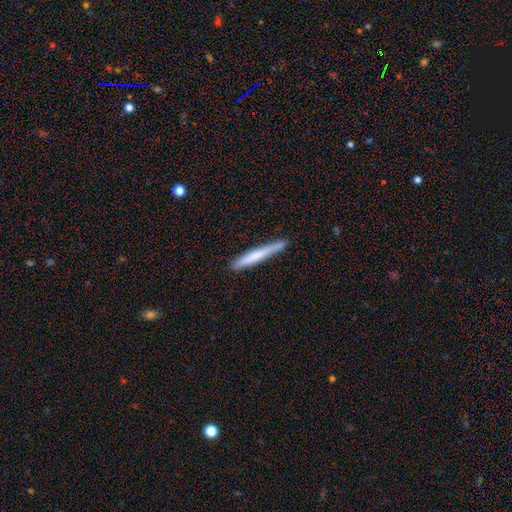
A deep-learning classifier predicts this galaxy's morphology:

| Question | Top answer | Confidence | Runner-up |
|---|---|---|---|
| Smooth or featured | smooth | 65% | featured or disk (29%) |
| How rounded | cigar-shaped | 96% | in between (2%) |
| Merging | none | 82% | minor disturbance (14%) |